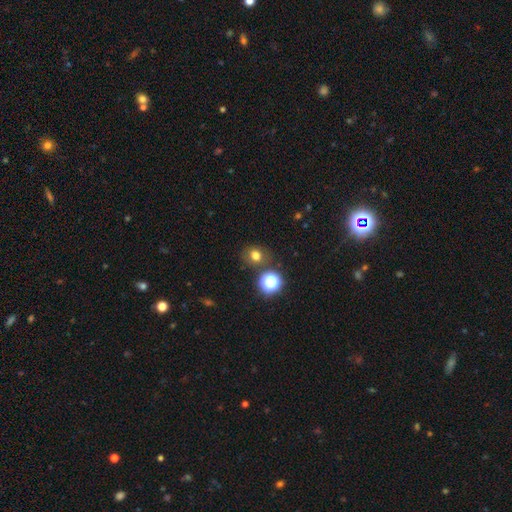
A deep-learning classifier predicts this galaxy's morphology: smooth_or_featured: smooth (p=0.72) [alt: star or artifact p=0.21]
how_rounded: round (p=0.71) [alt: in between p=0.28]
merging: none (p=0.78) [alt: minor disturbance p=0.11]